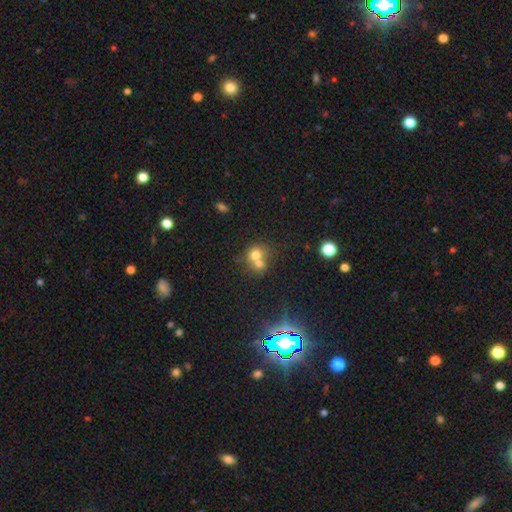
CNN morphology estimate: Q: Smooth or featured?
A: smooth (70%); runner-up: featured or disk (16%)
Q: How rounded?
A: round (71%); runner-up: in between (28%)
Q: Merging?
A: merger (62%); runner-up: none (29%)